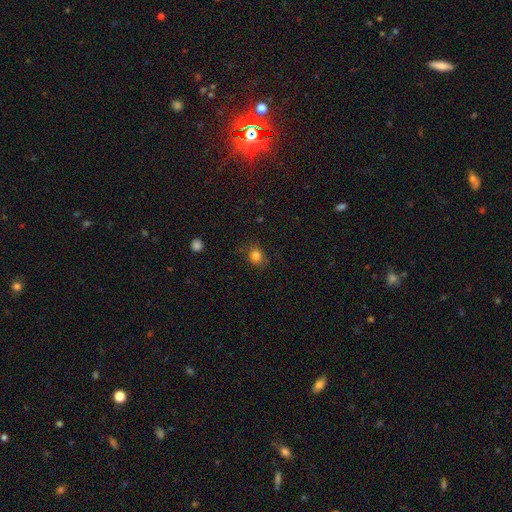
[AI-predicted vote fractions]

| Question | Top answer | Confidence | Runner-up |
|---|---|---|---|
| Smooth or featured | smooth | 82% | star or artifact (12%) |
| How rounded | round | 70% | in between (29%) |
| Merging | none | 81% | minor disturbance (14%) |